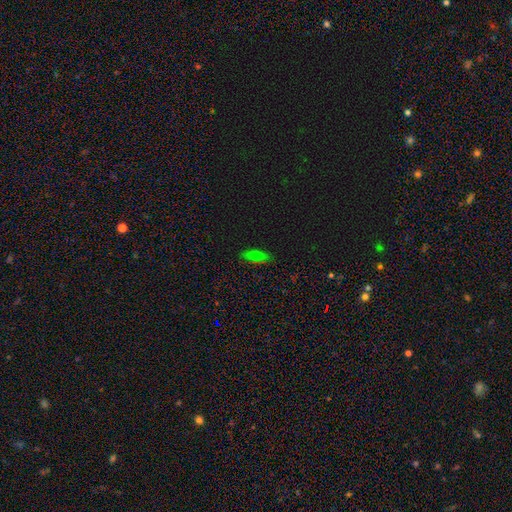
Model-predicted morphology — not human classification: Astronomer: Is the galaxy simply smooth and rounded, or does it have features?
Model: smooth — 64%.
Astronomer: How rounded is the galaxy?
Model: in between — 82%.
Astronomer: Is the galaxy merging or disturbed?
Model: none — 82%.